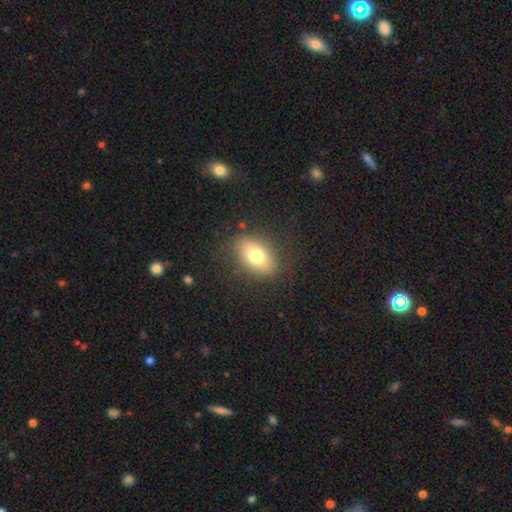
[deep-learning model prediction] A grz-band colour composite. It shows a smooth galaxy with no disk features (74%) that is in between round and cigar-shaped (85%). Merging: none (82%).